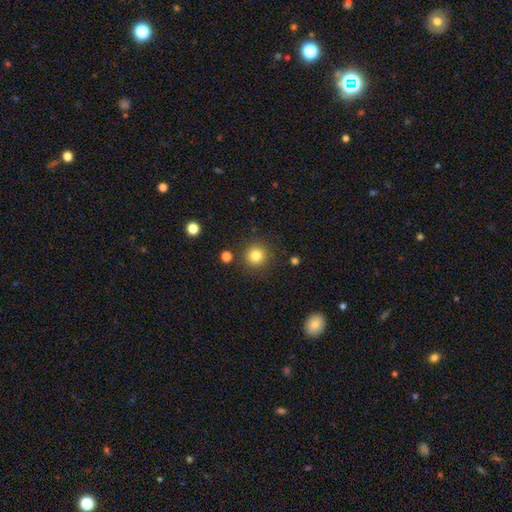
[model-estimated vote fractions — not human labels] smooth_or_featured: smooth (p=0.82) [alt: star or artifact p=0.12]
how_rounded: round (p=0.94) [alt: in between p=0.05]
merging: none (p=0.87) [alt: minor disturbance p=0.07]